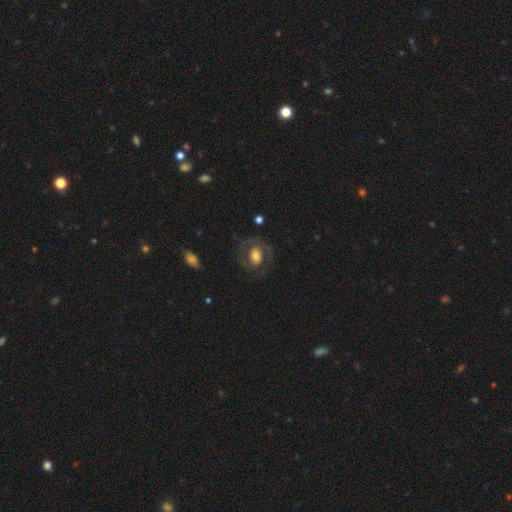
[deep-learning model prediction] Smooth or featured? featured or disk (55%)
Edge-on disk? no (96%)
Bar? no (55%)
Spiral arms? yes (56%)
Bulge size? moderate (51%)
Merging? none (69%)